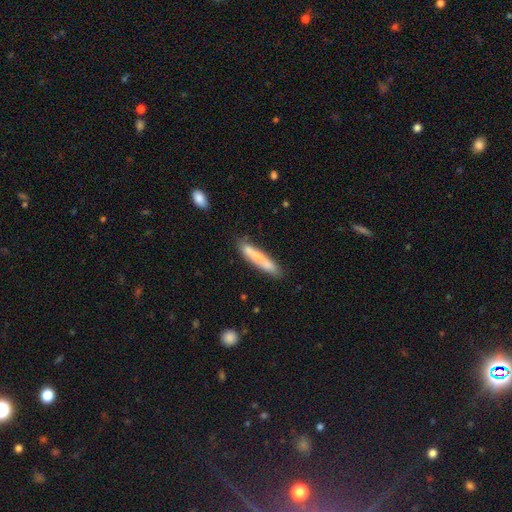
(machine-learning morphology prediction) Q: Smooth or featured?
A: smooth (70%); runner-up: featured or disk (25%)
Q: How rounded?
A: cigar-shaped (90%); runner-up: in between (8%)
Q: Merging?
A: none (71%); runner-up: minor disturbance (19%)